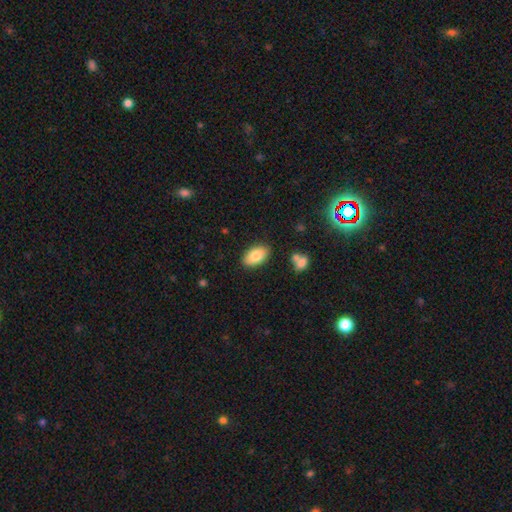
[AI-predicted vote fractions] smooth_or_featured: smooth (p=0.83) [alt: featured or disk p=0.10]
how_rounded: in between (p=0.93) [alt: round p=0.04]
merging: none (p=0.86) [alt: minor disturbance p=0.10]